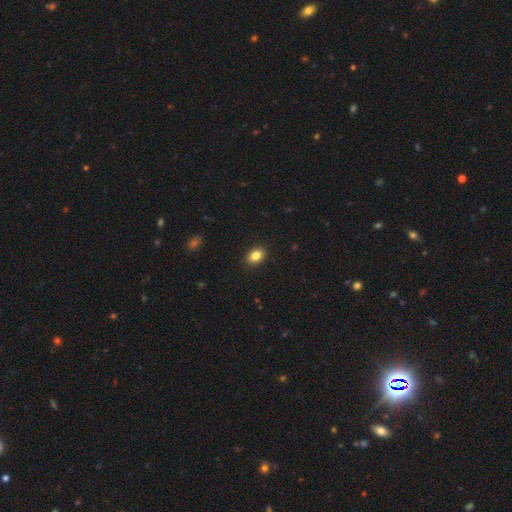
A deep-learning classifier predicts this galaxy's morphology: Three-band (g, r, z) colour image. It shows a smooth galaxy with no disk features (85%) that is in between round and cigar-shaped (76%). Merging: none (90%).